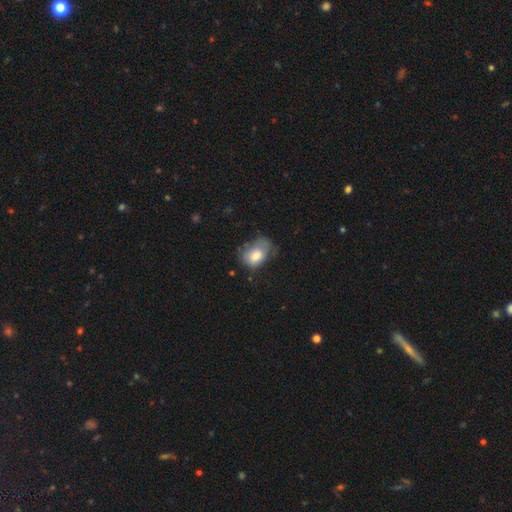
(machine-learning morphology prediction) type=smooth (75%); roundness=in between (76%); merging=minor disturbance (37%).